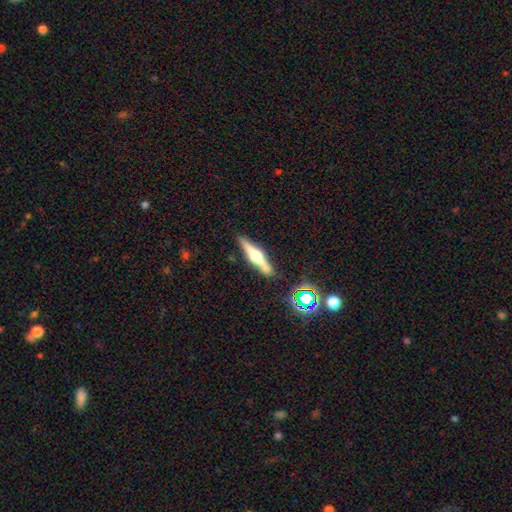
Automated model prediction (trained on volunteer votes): Q: Smooth or featured?
A: featured or disk (69%); runner-up: smooth (23%)
Q: Edge-on disk?
A: yes (97%); runner-up: no (3%)
Q: Edge-on bulge?
A: rounded (92%); runner-up: boxy (6%)
Q: Merging?
A: none (84%); runner-up: minor disturbance (9%)